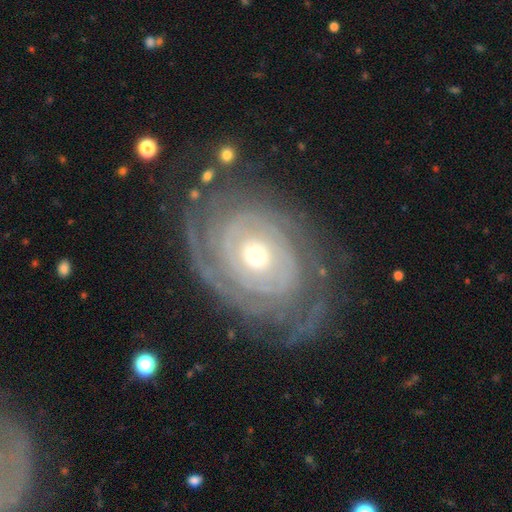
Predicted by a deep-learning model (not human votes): The model was most divided on "bulge size": small: 50%, moderate: 45%, large: 3%, dominant: 1%, none: 1%. Remaining: edge-on disk — no (96%); spiral arms — yes (95%); smooth or featured — featured or disk (88%); spiral winding — tight (85%); bar — no (79%); merging — none (74%); spiral arm count — can't tell (33%).